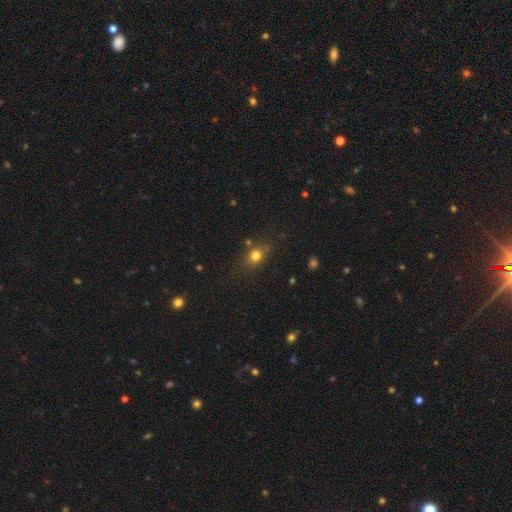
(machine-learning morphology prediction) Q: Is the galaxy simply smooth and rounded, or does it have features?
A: smooth — 76%.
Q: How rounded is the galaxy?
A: round — 53%.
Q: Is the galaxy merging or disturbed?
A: none — 76%.